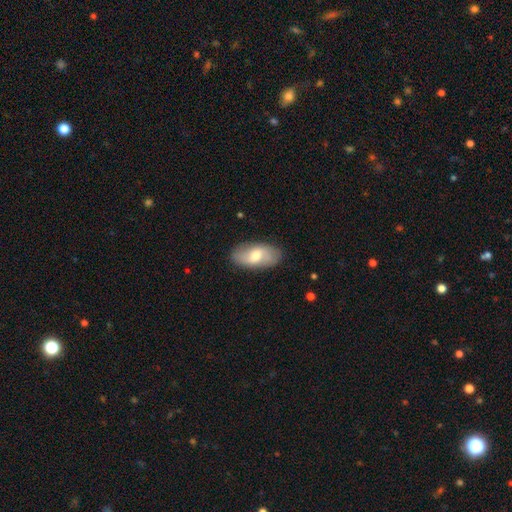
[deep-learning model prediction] A smooth galaxy with no disk features (53%) that is in between round and cigar-shaped (92%). Merging: none (83%).